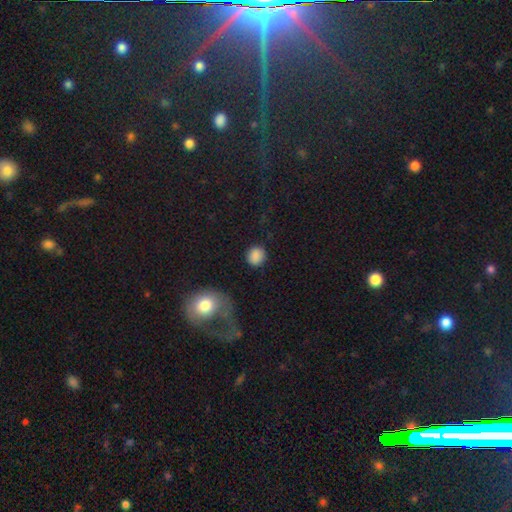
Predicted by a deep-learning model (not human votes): Morphology: type=smooth (87%); roundness=round (85%); merging=none (86%).